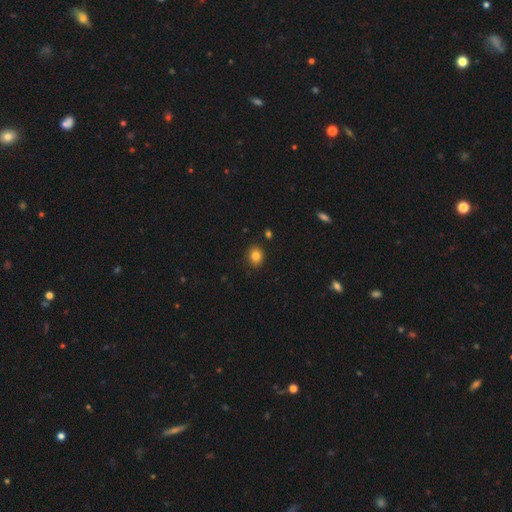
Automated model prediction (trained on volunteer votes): Smooth or featured? smooth (83%)
How rounded? round (58%)
Merging? none (88%)